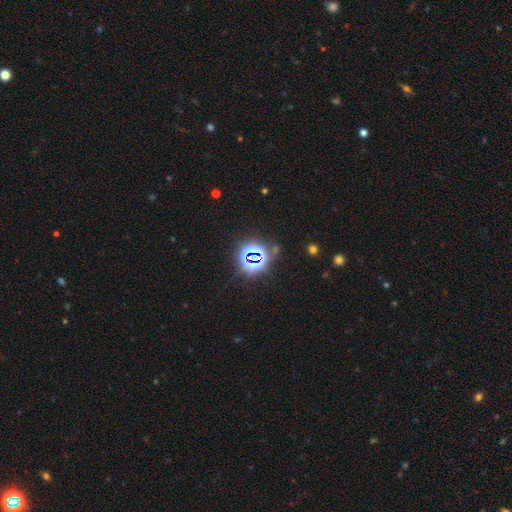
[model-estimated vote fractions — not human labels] smooth-or-featured: star or artifact: 77% | smooth: 15% | featured or disk: 8%